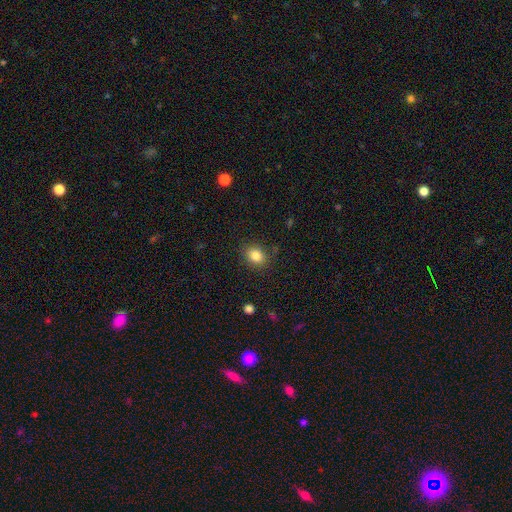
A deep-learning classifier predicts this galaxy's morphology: Smooth or featured: smooth — 83% (star or artifact — 10%)
How rounded: round — 52% (in between — 47%)
Merging: none — 85% (minor disturbance — 11%)